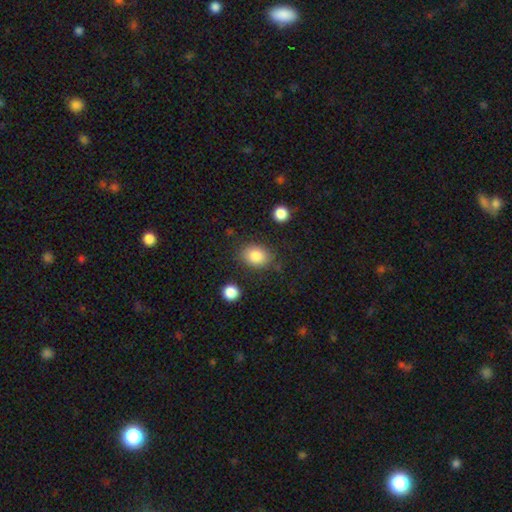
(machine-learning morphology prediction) This is clearly a smooth galaxy (84%). How rounded: likely in between (61%). Merging: clearly none (80%).